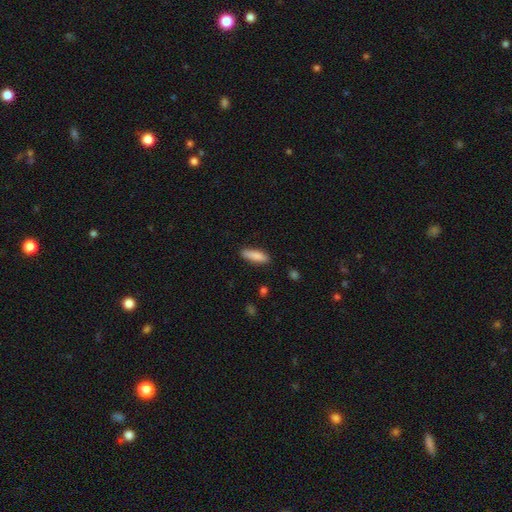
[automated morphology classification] This appears to be a smooth galaxy with no disk features (87%) that is cigar-shaped (51%). Merging: none (85%).